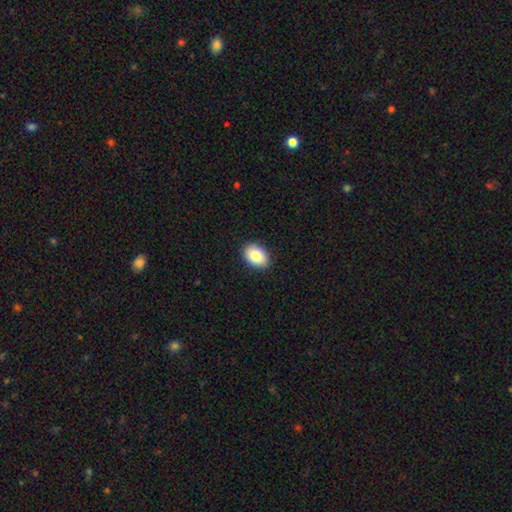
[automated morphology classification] Smooth or featured?
  - smooth: 84% *
  - featured or disk: 9%
  - star or artifact: 8%
How rounded?
  - in between: 81% *
  - round: 18%
  - cigar-shaped: 1%
Merging?
  - none: 90% *
  - minor disturbance: 8%
  - major disturbance: 2%
  - merger: 1%